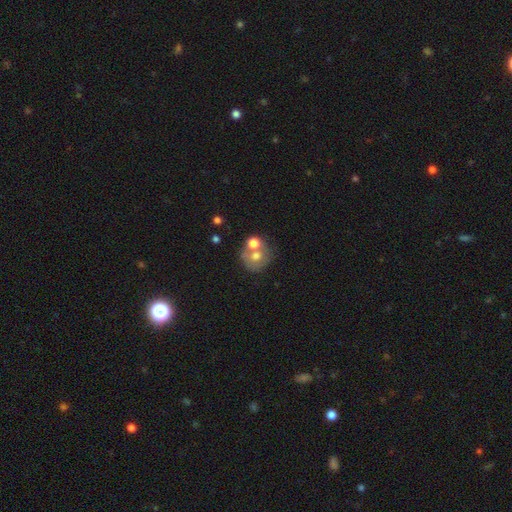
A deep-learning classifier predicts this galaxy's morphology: smooth 59%, featured or disk 31%, star or artifact 10%. Down the decision tree: how rounded — round (79%); merging — merger (44%).